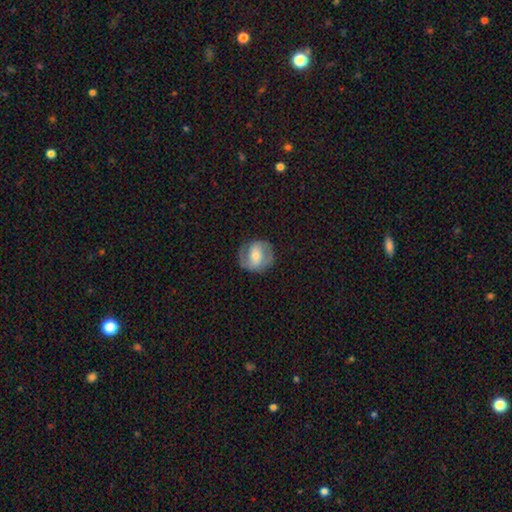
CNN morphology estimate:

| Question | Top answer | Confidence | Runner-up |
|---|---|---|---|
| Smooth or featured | featured or disk | 59% | smooth (35%) |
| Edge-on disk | no | 96% | yes (4%) |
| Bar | weak | 37% | no (34%) |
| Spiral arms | yes | 71% | no (29%) |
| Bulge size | moderate | 52% | small (41%) |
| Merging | none | 78% | minor disturbance (14%) |